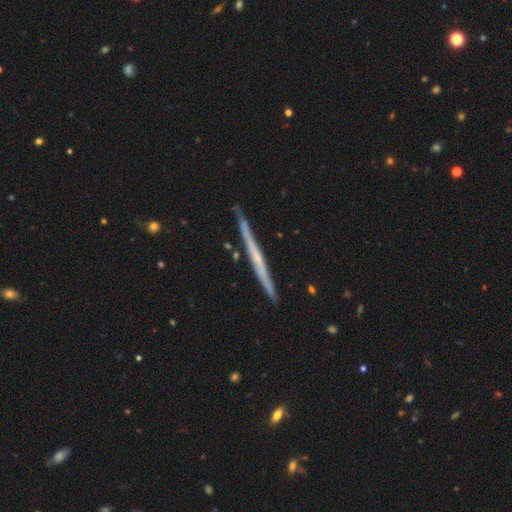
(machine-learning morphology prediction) This appears to be a featured or disk galaxy (63%) viewed edge-on (98%) with no central bulge (82%). Merging: none (89%).